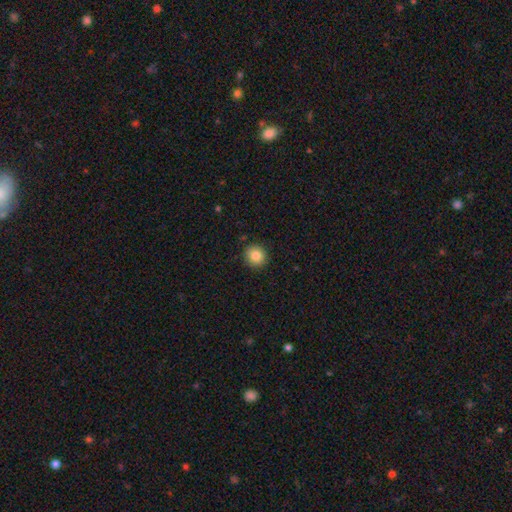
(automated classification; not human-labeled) Morphology: type=smooth (86%); roundness=round (89%); merging=none (90%).